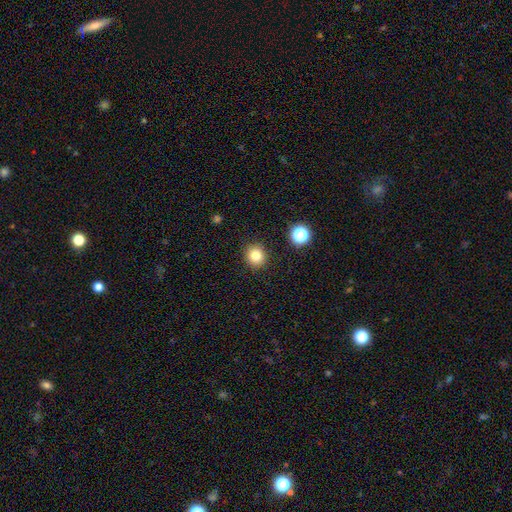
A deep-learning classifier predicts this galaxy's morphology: Smooth or featured? Predicted: smooth (p=0.81). How rounded? Predicted: round (p=0.89). Merging? Predicted: none (p=0.90).